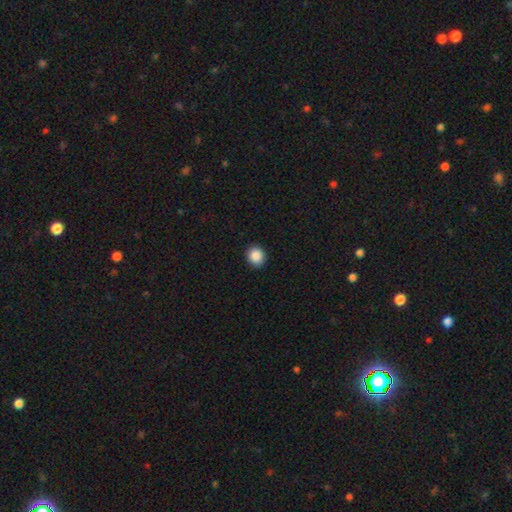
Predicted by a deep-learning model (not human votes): smooth 88%, star or artifact 9%, featured or disk 3%. Down the decision tree: how rounded — round (72%); merging — none (91%).